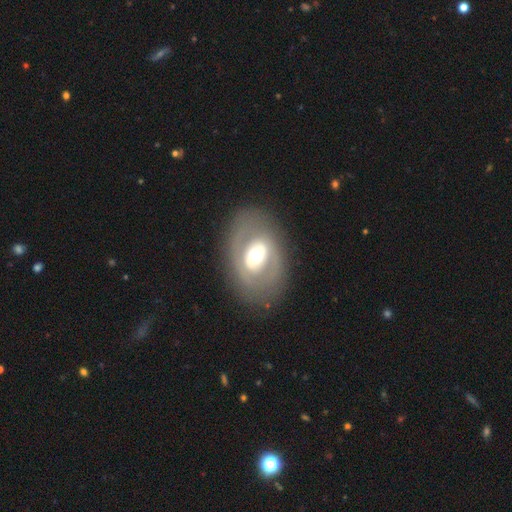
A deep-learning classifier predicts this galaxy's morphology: featured or disk 60%, smooth 33%, star or artifact 7%. Down the decision tree: edge-on disk — no (91%); bar — no (49%); spiral arms — no (80%); bulge size — moderate (59%); merging — none (78%).